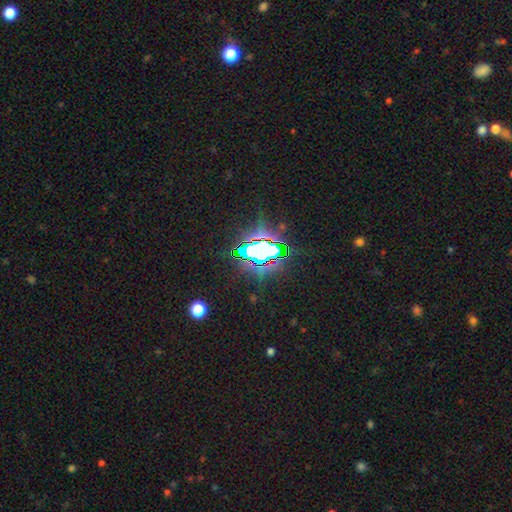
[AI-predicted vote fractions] This appears to be a star or artifact, not a galaxy (74%).